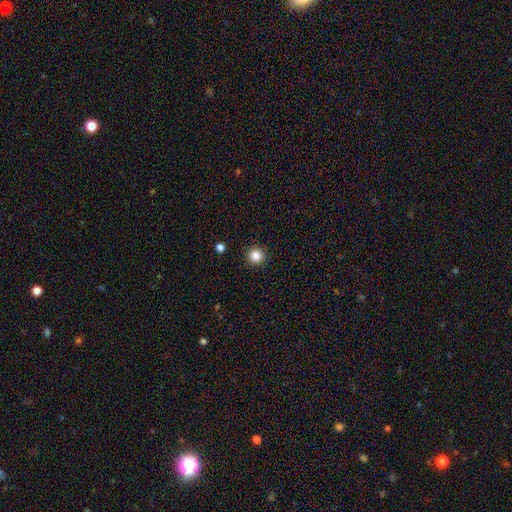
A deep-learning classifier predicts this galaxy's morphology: This is clearly a smooth galaxy (84%). How rounded: clearly round (95%). Merging: clearly none (93%).